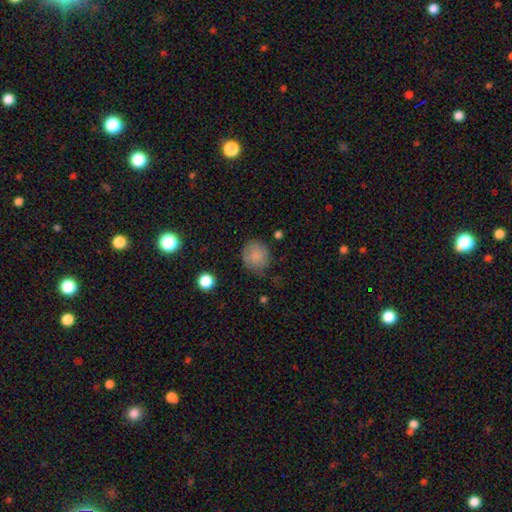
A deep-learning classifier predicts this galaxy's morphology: Smooth or featured: smooth — 84% (star or artifact — 9%)
How rounded: round — 84% (in between — 15%)
Merging: none — 70% (minor disturbance — 22%)